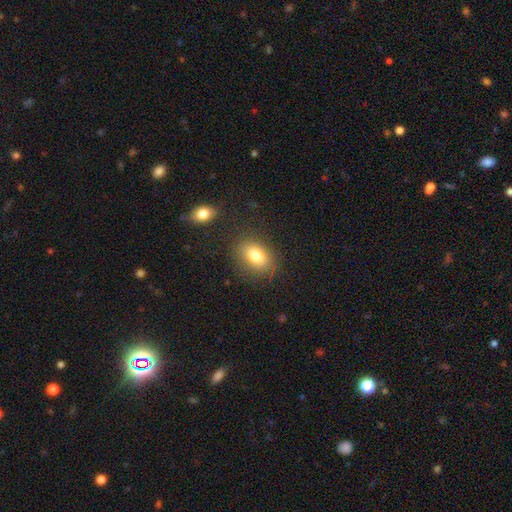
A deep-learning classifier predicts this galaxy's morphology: Smooth or featured? smooth (80%)
How rounded? in between (74%)
Merging? none (81%)